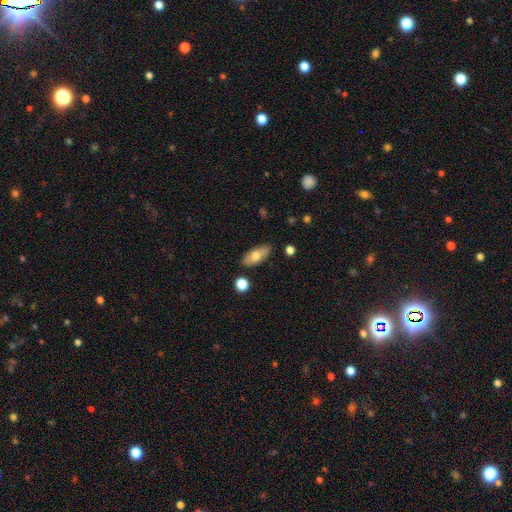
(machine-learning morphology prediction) A smooth galaxy with no disk features (70%) that is in between round and cigar-shaped (85%).

Vote fractions:
- Smooth or featured? smooth: 70% / featured or disk: 23% / star or artifact: 7%
- How rounded? in between: 85% / cigar-shaped: 12% / round: 3%
- Merging? none: 84% / minor disturbance: 11% / merger: 3% / major disturbance: 2%